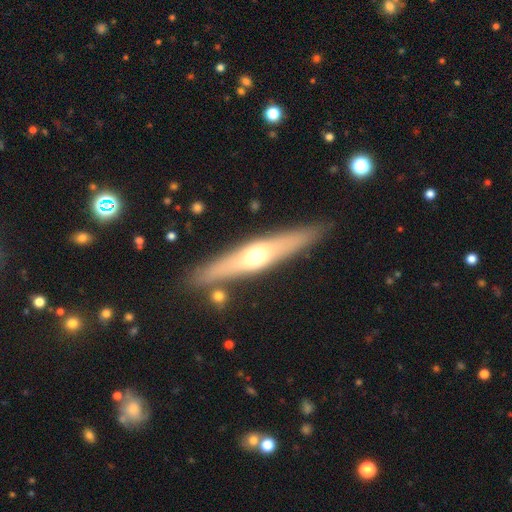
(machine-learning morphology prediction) The model was most divided on "smooth or featured": featured or disk: 56%, smooth: 39%, star or artifact: 6%. More confident: edge-on disk — yes (88%); merging — none (85%).